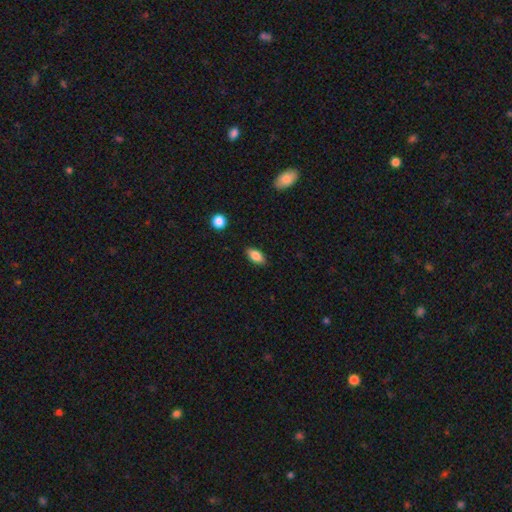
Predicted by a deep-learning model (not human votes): smooth 84%, featured or disk 8%, star or artifact 8%. Down the decision tree: how rounded — in between (90%); merging — none (86%).